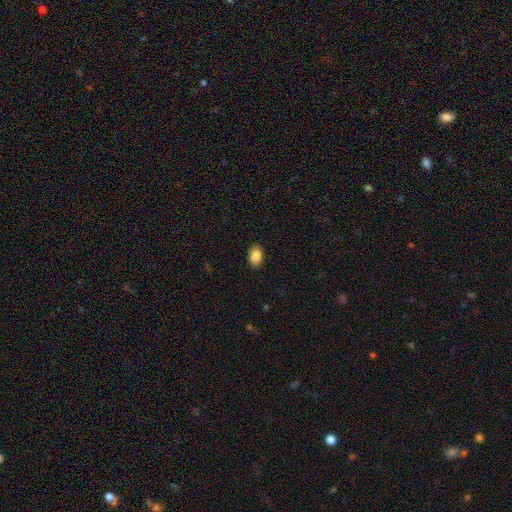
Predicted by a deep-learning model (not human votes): smooth 86%, star or artifact 8%, featured or disk 6%. Down the decision tree: how rounded — in between (87%); merging — none (90%).